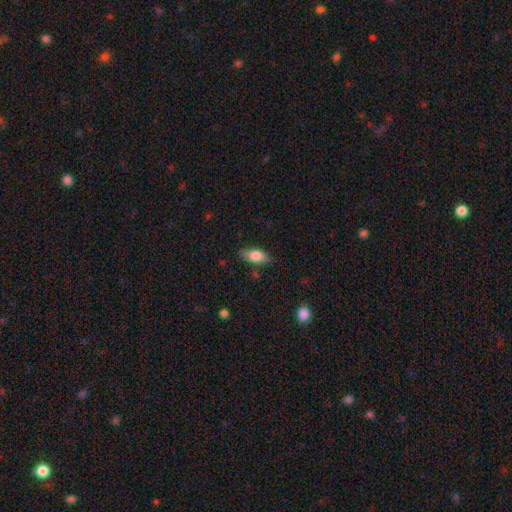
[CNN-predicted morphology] Smooth or featured?
  - smooth: 78% *
  - featured or disk: 16%
  - star or artifact: 7%
How rounded?
  - in between: 86% *
  - cigar-shaped: 11%
  - round: 4%
Merging?
  - none: 80% *
  - minor disturbance: 15%
  - major disturbance: 3%
  - merger: 2%